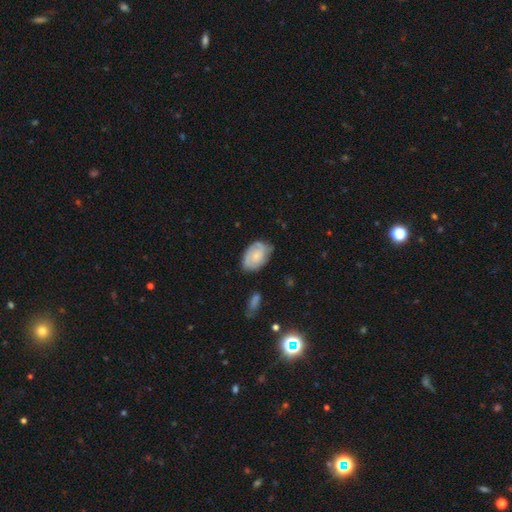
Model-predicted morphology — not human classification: Smooth or featured? Predicted: featured or disk (p=0.47). Merging? Predicted: none (p=0.62).